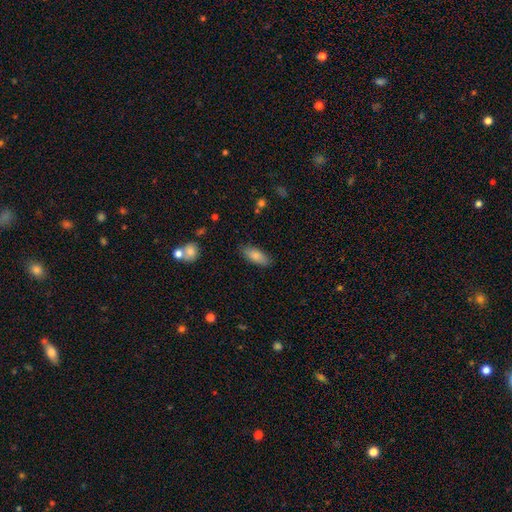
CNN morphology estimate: type=smooth (83%); roundness=in between (78%); merging=none (85%).